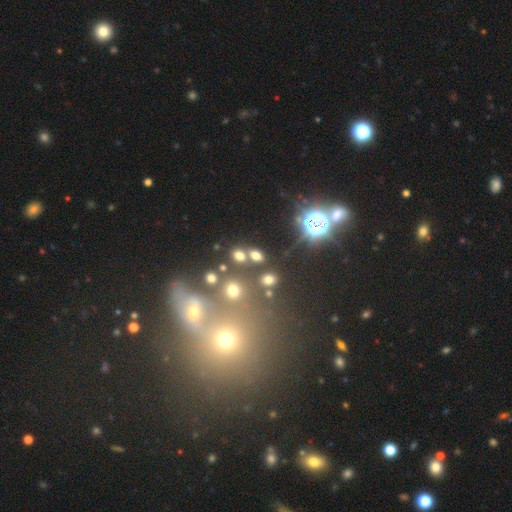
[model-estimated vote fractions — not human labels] smooth 63%, star or artifact 25%, featured or disk 13%. Down the decision tree: how rounded — in between (65%); merging — none (67%).